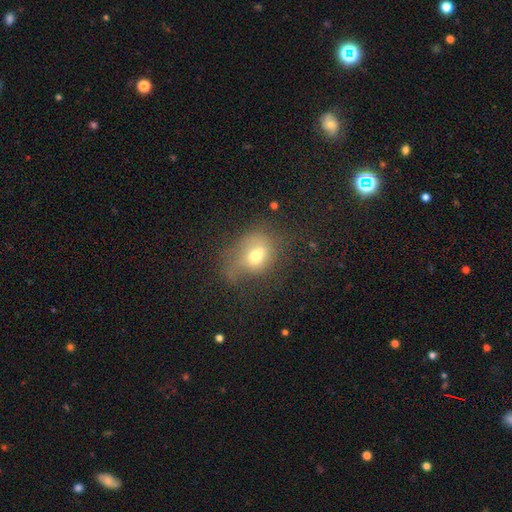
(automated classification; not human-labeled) Smooth or featured: smooth — 59% (featured or disk — 27%)
How rounded: in between — 55% (round — 43%)
Merging: none — 36% (major disturbance — 30%)